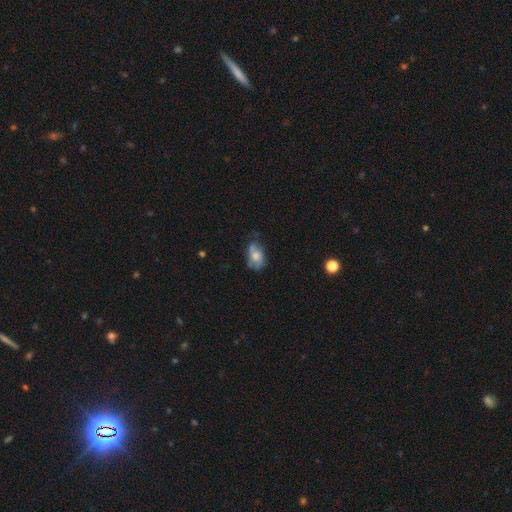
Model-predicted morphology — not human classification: smooth_or_featured: smooth (p=0.61) [alt: featured or disk p=0.30]
how_rounded: in between (p=0.81) [alt: round p=0.17]
merging: none (p=0.40) [alt: minor disturbance p=0.32]